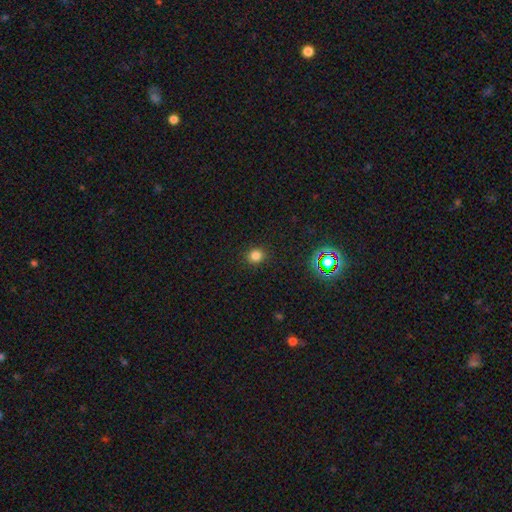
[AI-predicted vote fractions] smooth-or-featured: smooth: 80% | star or artifact: 16% | featured or disk: 4%
  how-rounded: round: 84% | in between: 15% | cigar-shaped: 1%
  merging: none: 90% | minor disturbance: 7% | major disturbance: 2% | merger: 1%